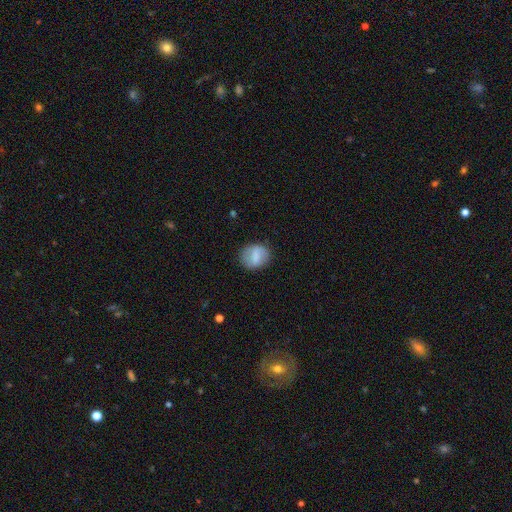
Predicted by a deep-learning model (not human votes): A smooth galaxy with no disk features (64%) that is round (56%). Merging: none (80%).